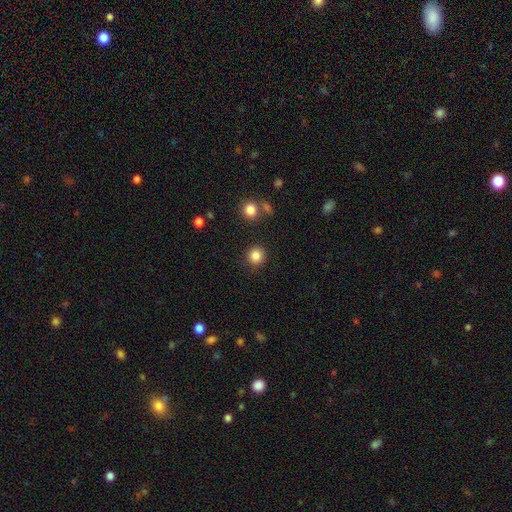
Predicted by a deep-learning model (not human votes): Q: Smooth or featured?
A: smooth (85%); runner-up: star or artifact (11%)
Q: How rounded?
A: round (92%); runner-up: in between (7%)
Q: Merging?
A: none (88%); runner-up: minor disturbance (7%)